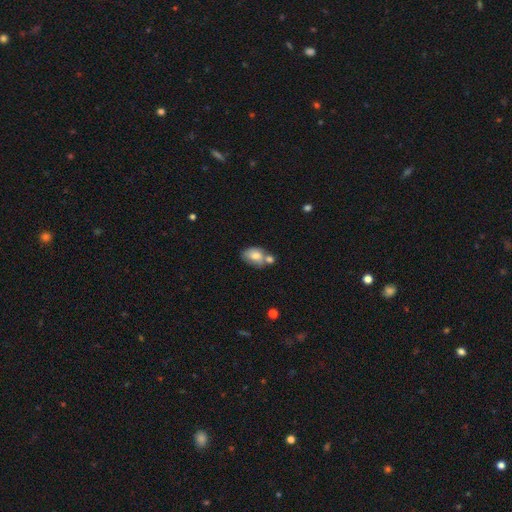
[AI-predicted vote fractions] Smooth or featured?
  - smooth: 74% *
  - featured or disk: 18%
  - star or artifact: 8%
How rounded?
  - in between: 78% *
  - round: 21%
  - cigar-shaped: 1%
Merging?
  - merger: 39% *
  - none: 37%
  - minor disturbance: 18%
  - major disturbance: 6%